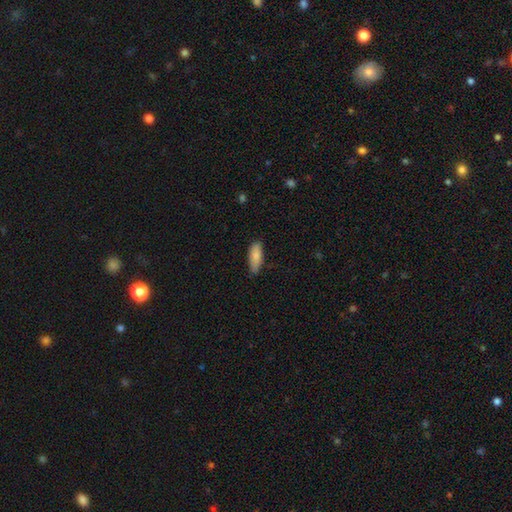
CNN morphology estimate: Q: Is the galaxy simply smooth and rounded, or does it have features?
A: smooth — 85%.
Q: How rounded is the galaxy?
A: in between — 68%.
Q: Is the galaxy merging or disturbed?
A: none — 76%.